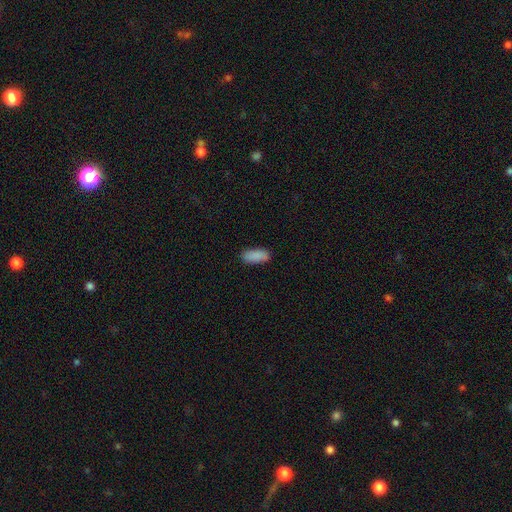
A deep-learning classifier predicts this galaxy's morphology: A smooth galaxy with no disk features (90%) that is in between round and cigar-shaped (84%). Merging: none (86%).